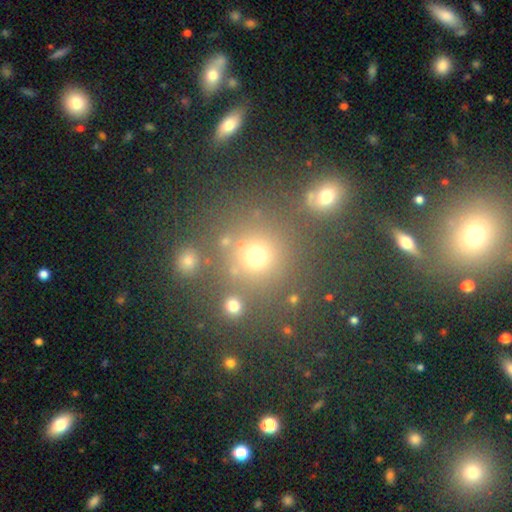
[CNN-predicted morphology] A smooth galaxy with no disk features (67%) that is round (90%). Merging: none (74%).